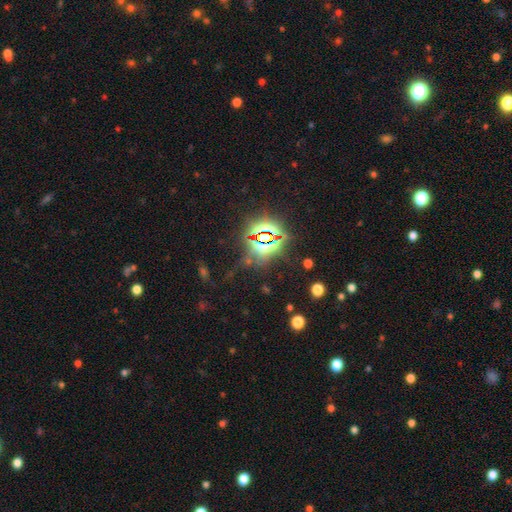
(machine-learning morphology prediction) type=star or artifact (83%).